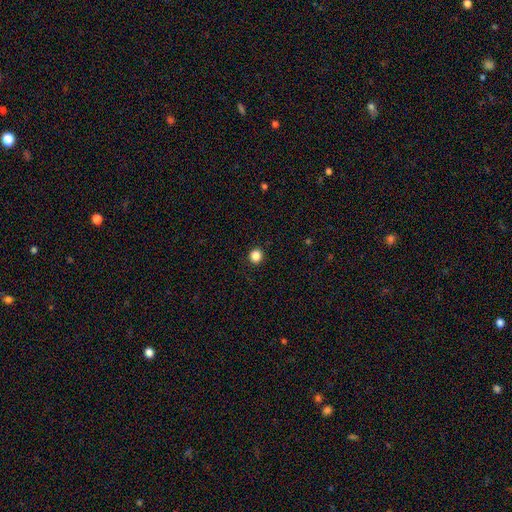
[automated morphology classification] Smooth or featured?
  - smooth: 86% *
  - star or artifact: 11%
  - featured or disk: 3%
How rounded?
  - round: 91% *
  - in between: 8%
  - cigar-shaped: 1%
Merging?
  - none: 92% *
  - minor disturbance: 5%
  - major disturbance: 2%
  - merger: 1%